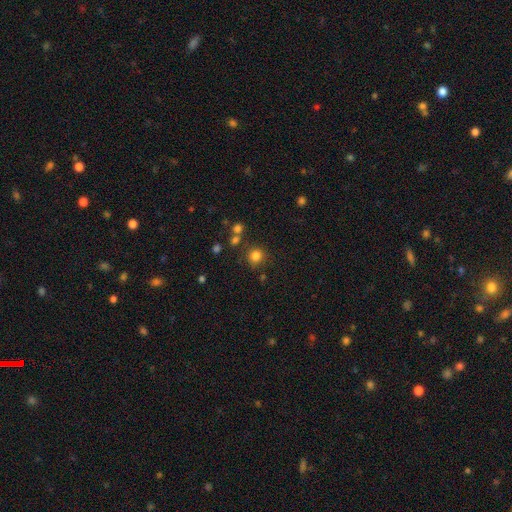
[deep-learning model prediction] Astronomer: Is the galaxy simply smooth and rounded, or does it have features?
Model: smooth — 80%.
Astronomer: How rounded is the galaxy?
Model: round — 89%.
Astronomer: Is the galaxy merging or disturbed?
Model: none — 79%.